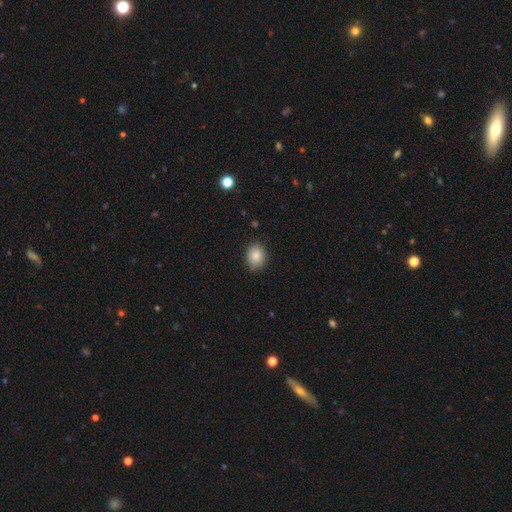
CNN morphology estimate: Overall: smooth (86%). How rounded: round (51%; in between 48%). Merging: none (83%).